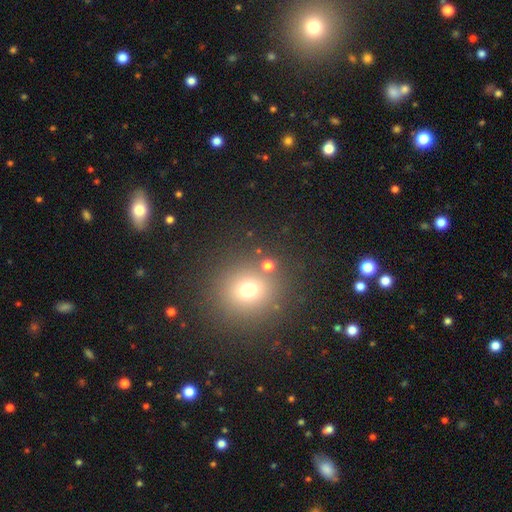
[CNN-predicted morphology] Smooth or featured? Predicted: smooth (p=0.58). How rounded? Predicted: round (p=0.88). Merging? Predicted: none (p=0.84).